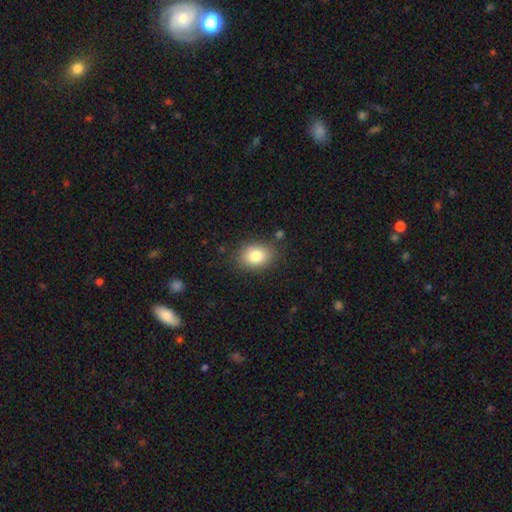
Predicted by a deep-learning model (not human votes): Smooth or featured? smooth (83%)
How rounded? in between (66%)
Merging? none (82%)